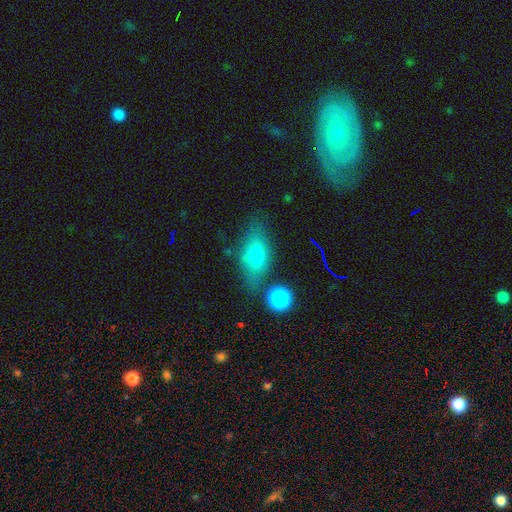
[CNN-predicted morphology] smooth 69%, featured or disk 21%, star or artifact 10%. Down the decision tree: how rounded — in between (77%); merging — none (65%).